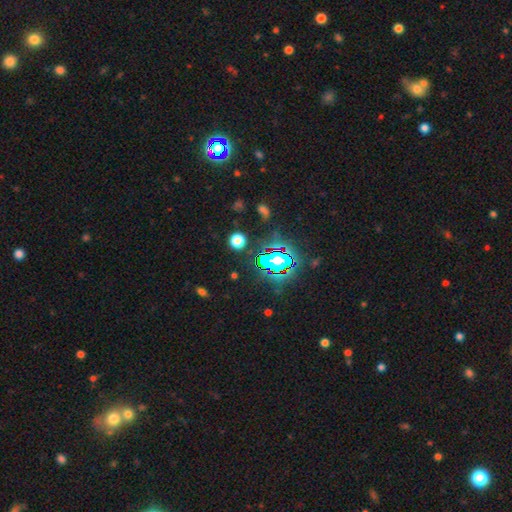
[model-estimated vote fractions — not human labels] Morphology: type=star or artifact (84%).